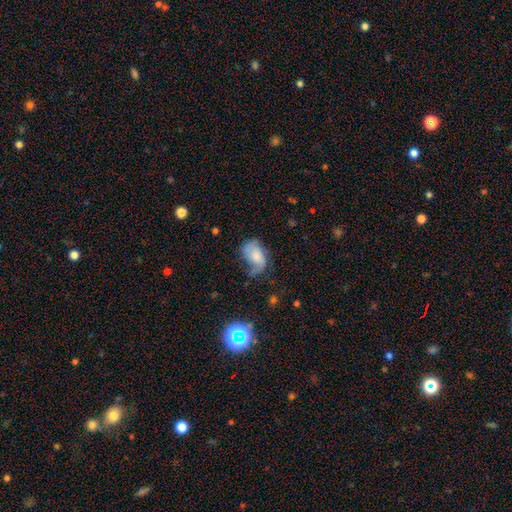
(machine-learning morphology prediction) Smooth or featured? Predicted: smooth (p=0.54). How rounded? Predicted: in between (p=0.87). Merging? Predicted: none (p=0.33, tied with minor disturbance).